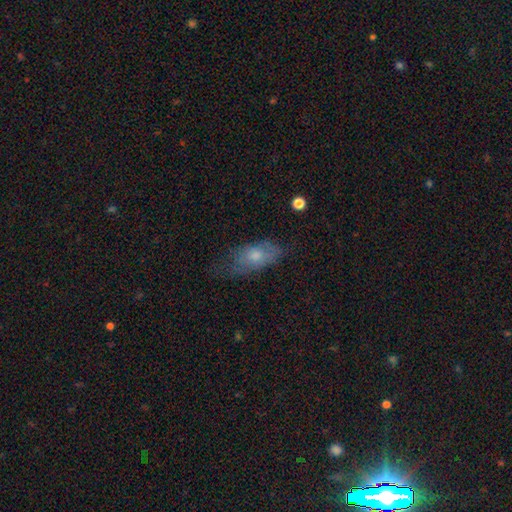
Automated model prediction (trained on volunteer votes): Smooth or featured? smooth (64%)
How rounded? in between (86%)
Merging? none (51%)